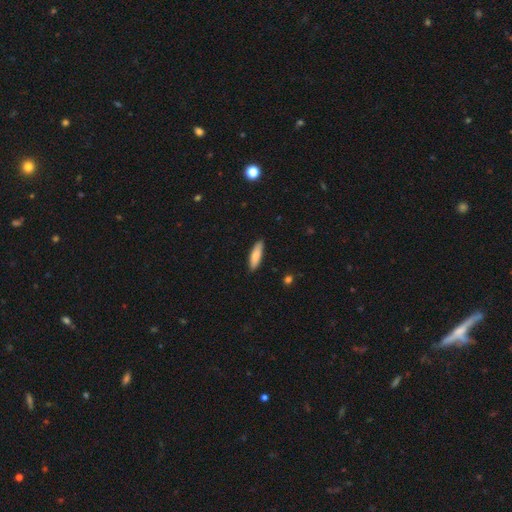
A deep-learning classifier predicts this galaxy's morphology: smooth-or-featured: smooth: 83% | featured or disk: 11% | star or artifact: 6%
  how-rounded: cigar-shaped: 61% | in between: 37% | round: 2%
  merging: none: 88% | minor disturbance: 10% | major disturbance: 2% | merger: 1%